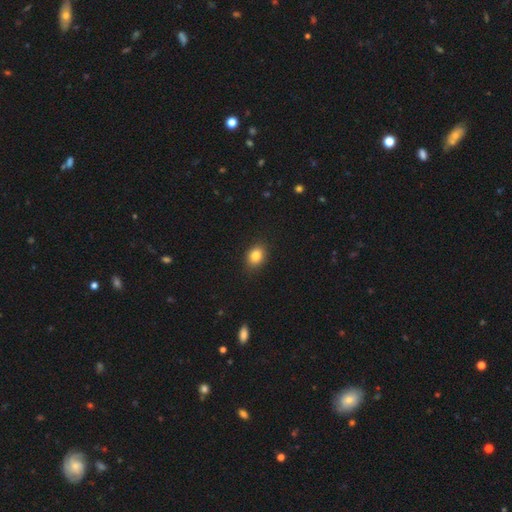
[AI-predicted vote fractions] This is clearly a smooth galaxy (83%). How rounded: possibly in between (59%). Merging: clearly none (87%).